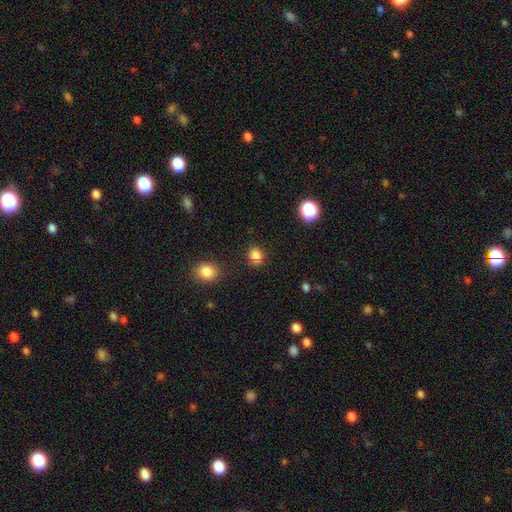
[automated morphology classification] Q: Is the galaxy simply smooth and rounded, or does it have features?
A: smooth — 82%.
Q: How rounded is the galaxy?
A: round — 65%.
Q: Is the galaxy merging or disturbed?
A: none — 75%.